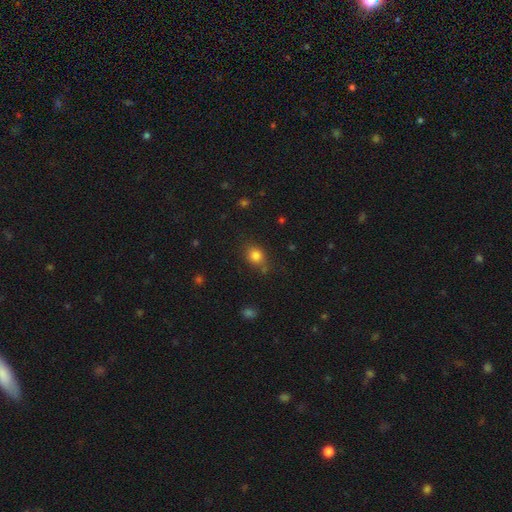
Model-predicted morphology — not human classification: smooth 82%, star or artifact 12%, featured or disk 6%. Down the decision tree: how rounded — round (64%); merging — none (72%).